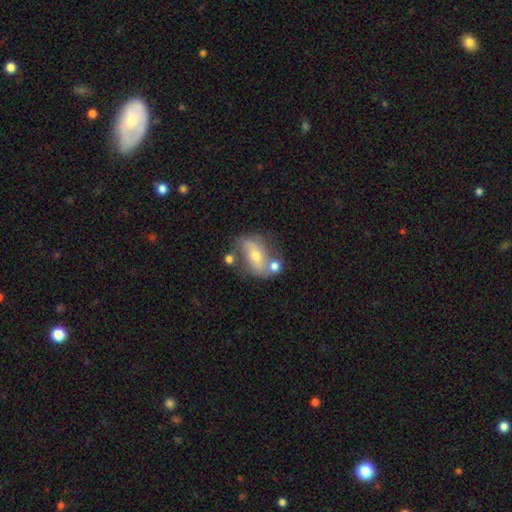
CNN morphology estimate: Smooth or featured: featured or disk — 58% (smooth — 33%)
Edge-on disk: no — 88% (yes — 12%)
Bar: strong — 37% (no — 36%)
Spiral arms: yes — 58% (no — 42%)
Bulge size: moderate — 59% (small — 35%)
Merging: none — 55% (merger — 21%)